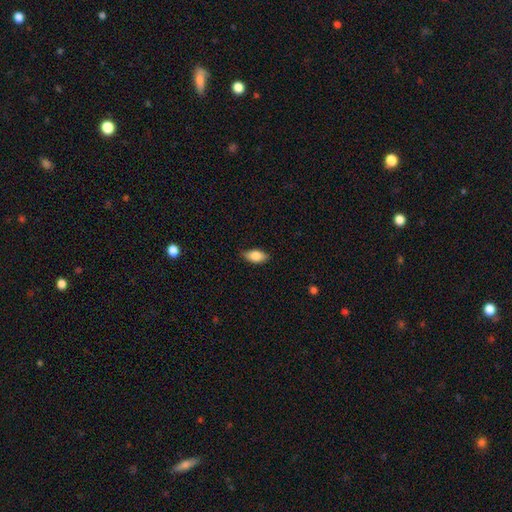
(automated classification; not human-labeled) A smooth galaxy with no disk features (83%) that is in between round and cigar-shaped (89%). Merging: none (82%).